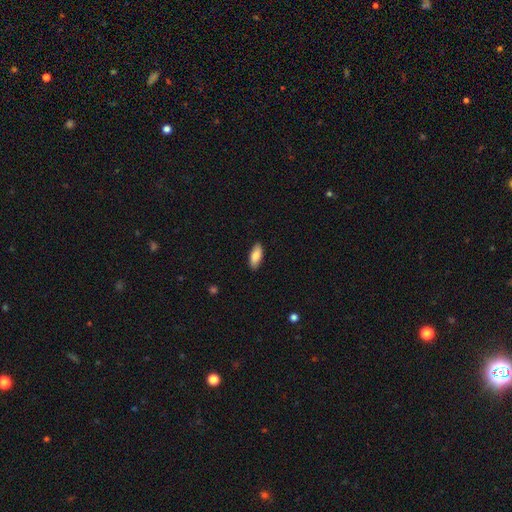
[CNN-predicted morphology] Smooth or featured: smooth — 85% (featured or disk — 9%)
How rounded: in between — 82% (cigar-shaped — 16%)
Merging: none — 87% (minor disturbance — 10%)